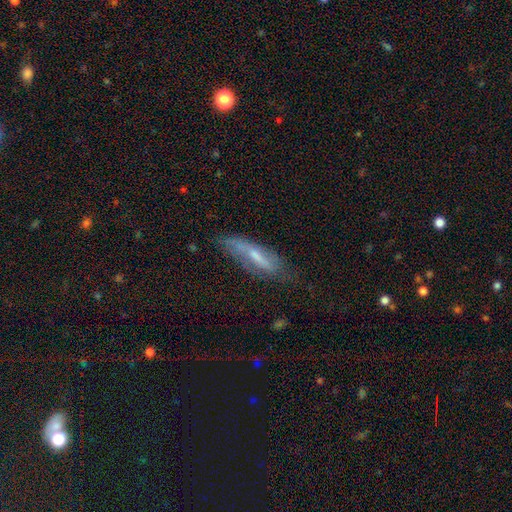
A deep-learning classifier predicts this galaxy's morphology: This is possibly a featured or disk galaxy (53%). It is likely not viewed edge-on (62%). Merging: likely none (61%).